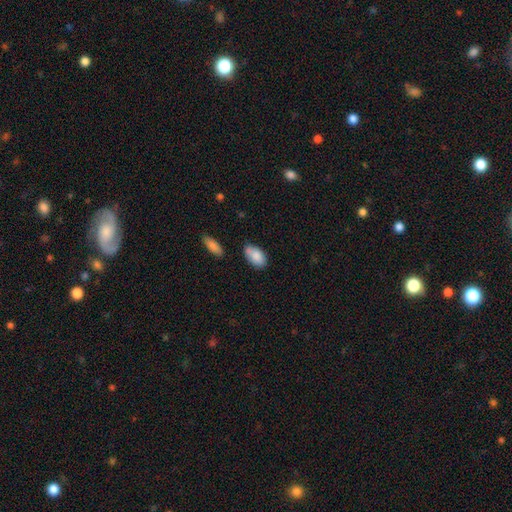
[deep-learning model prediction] The model was most divided on "merging": none: 69%, minor disturbance: 22%, merger: 5%, major disturbance: 4%. More confident: how rounded — in between (94%); smooth or featured — smooth (87%).